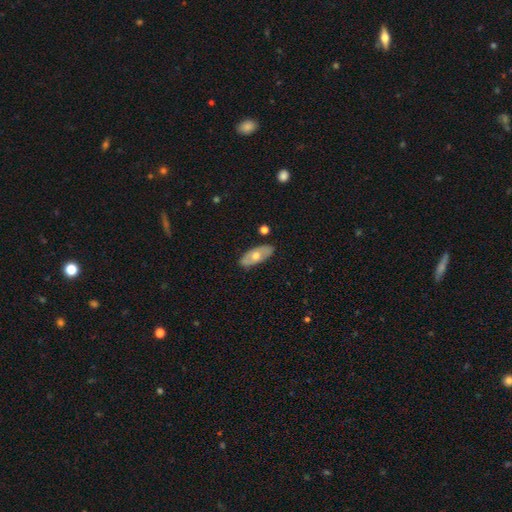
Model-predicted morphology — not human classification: This is possibly a smooth galaxy (47%, tied with featured or disk). Merging: clearly none (85%).